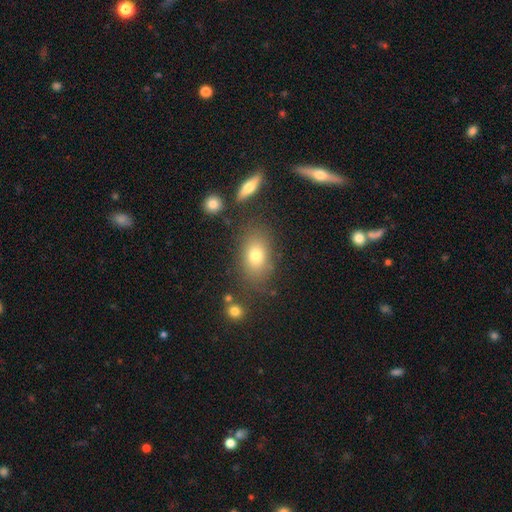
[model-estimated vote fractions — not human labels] smooth 75%, featured or disk 14%, star or artifact 11%. Down the decision tree: how rounded — in between (81%); merging — none (76%).